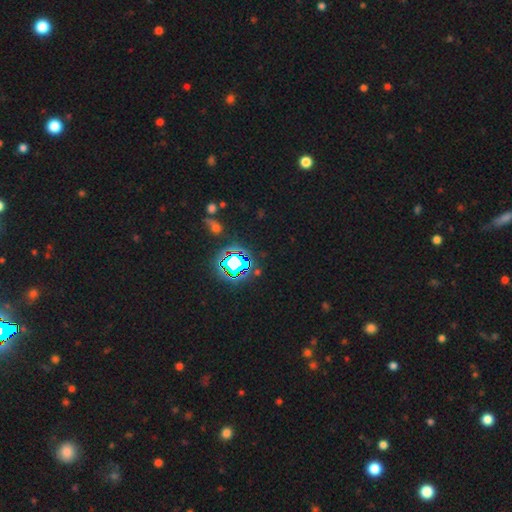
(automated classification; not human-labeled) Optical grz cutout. It shows a star or artifact, not a galaxy (80%).